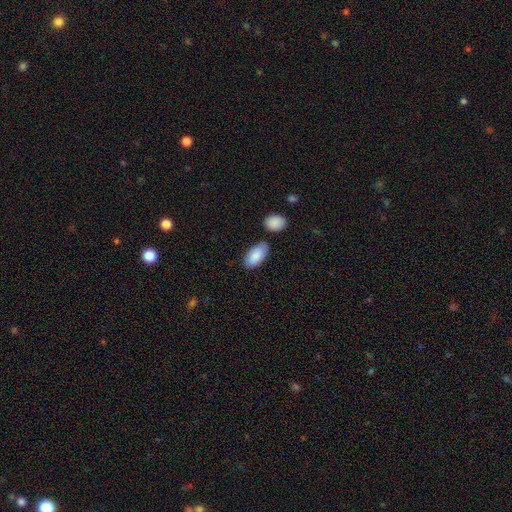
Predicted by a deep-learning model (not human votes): Smooth or featured?
  - smooth: 88% *
  - featured or disk: 7%
  - star or artifact: 6%
How rounded?
  - in between: 94% *
  - cigar-shaped: 4%
  - round: 2%
Merging?
  - none: 73% *
  - minor disturbance: 15%
  - merger: 9%
  - major disturbance: 3%